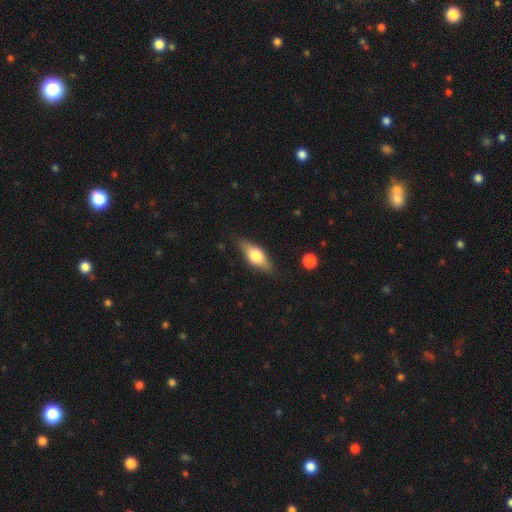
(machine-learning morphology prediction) type=smooth (59%); roundness=in between (73%); merging=none (82%).